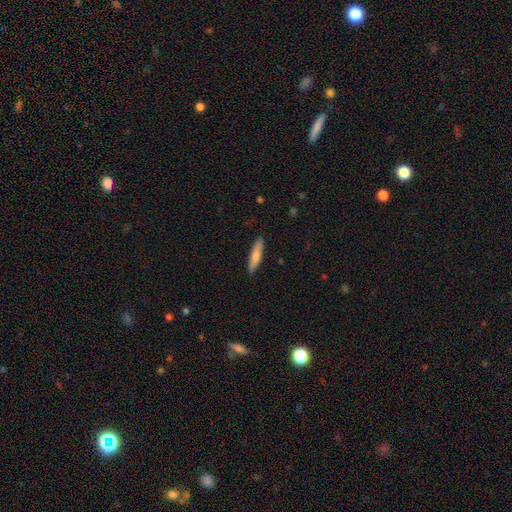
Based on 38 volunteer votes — Volunteers were most divided on "merging": none: 84%, minor disturbance: 13%, merger: 3%, major disturbance: 0%. More confident: smooth or featured — smooth (92%); how rounded — cigar-shaped (89%).